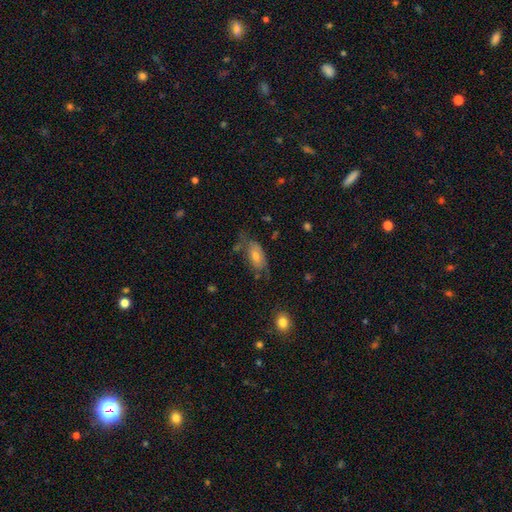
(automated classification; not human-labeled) smooth-or-featured: smooth: 47% | featured or disk: 42% | star or artifact: 10%
  merging: none: 53% | minor disturbance: 27% | major disturbance: 15% | merger: 5%